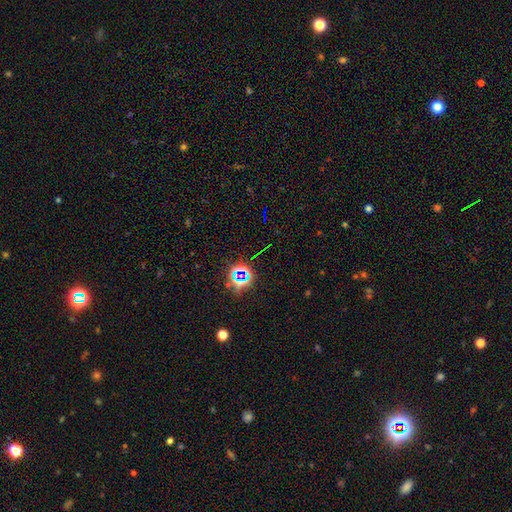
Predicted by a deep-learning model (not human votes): Overall: star or artifact (78%).